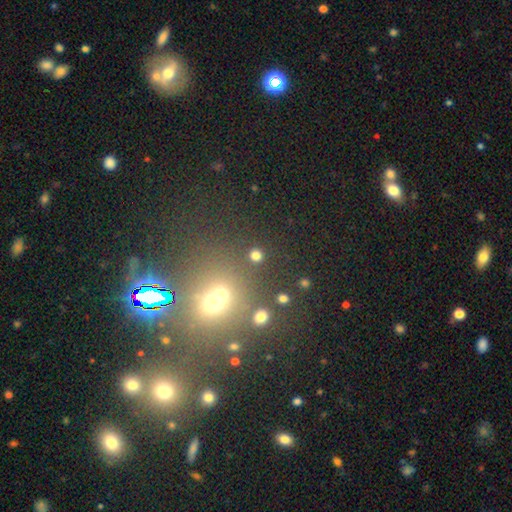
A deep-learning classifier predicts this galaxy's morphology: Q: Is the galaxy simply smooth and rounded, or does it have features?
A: smooth — 77%.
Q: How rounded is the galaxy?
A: round — 90%.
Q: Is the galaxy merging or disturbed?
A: none — 85%.